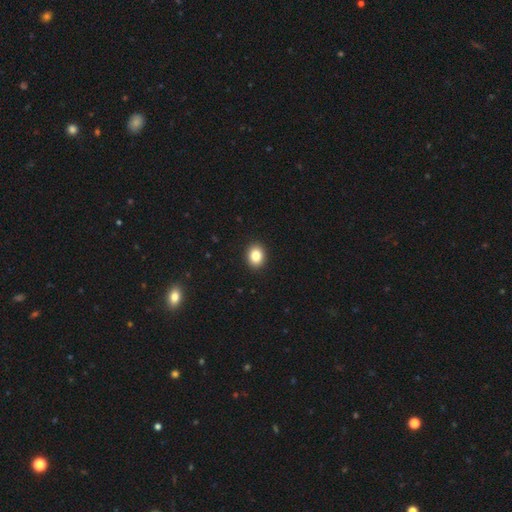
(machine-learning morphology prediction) Smooth or featured? smooth (85%)
How rounded? round (50%)
Merging? none (92%)